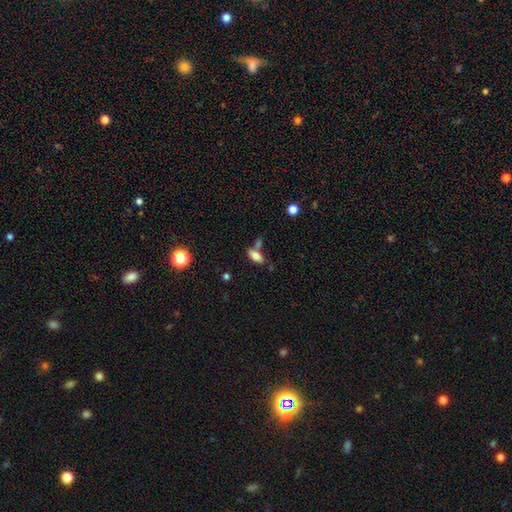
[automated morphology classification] smooth-or-featured: smooth: 76% | featured or disk: 15% | star or artifact: 9%
  how-rounded: in between: 83% | cigar-shaped: 14% | round: 3%
  merging: none: 55% | merger: 25% | minor disturbance: 15% | major disturbance: 6%